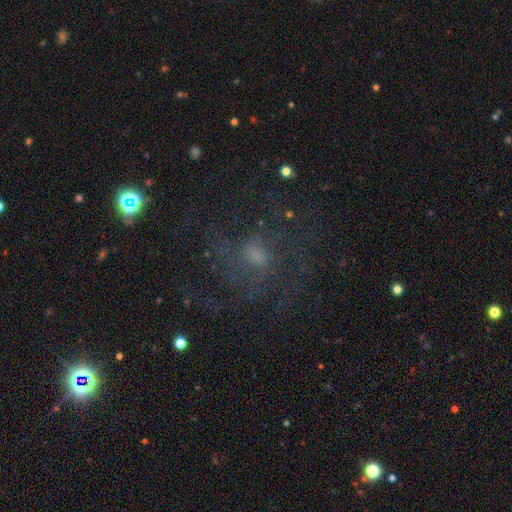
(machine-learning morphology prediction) smooth-or-featured: featured or disk: 55% | smooth: 24% | star or artifact: 22%
  disk-edge-on: no: 97% | yes: 3%
    bar: no: 55% | weak: 38% | strong: 8%
    has-spiral-arms: yes: 74% | no: 26%
    bulge-size: small: 40% | moderate: 36% | none: 16% | large: 6% | dominant: 2%
  merging: none: 59% | major disturbance: 22% | minor disturbance: 16% | merger: 2%